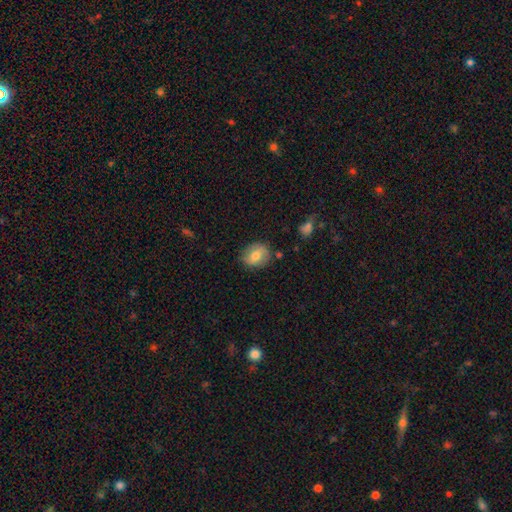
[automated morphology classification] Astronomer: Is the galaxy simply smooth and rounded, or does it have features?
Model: smooth — 64%.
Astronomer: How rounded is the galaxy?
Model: round — 57% (runner-up: in between, 42%).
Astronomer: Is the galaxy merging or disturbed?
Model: none — 80%.